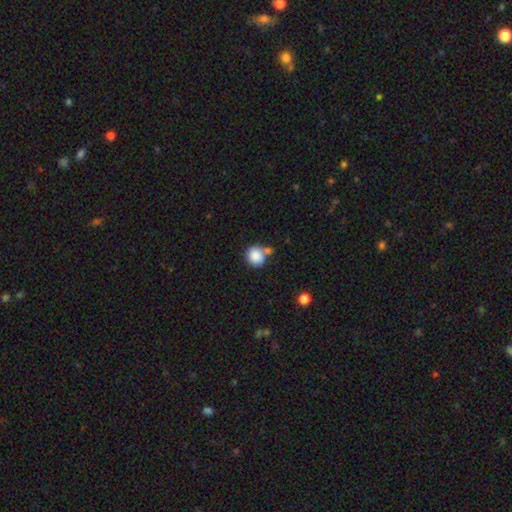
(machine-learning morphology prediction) Smooth or featured? Predicted: smooth (p=0.86). How rounded? Predicted: round (p=0.83). Merging? Predicted: none (p=0.54).